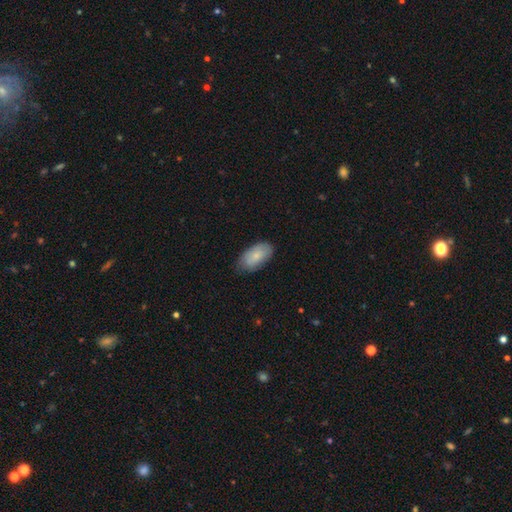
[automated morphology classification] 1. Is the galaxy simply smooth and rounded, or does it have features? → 79% smooth, 15% featured or disk, 6% star or artifact.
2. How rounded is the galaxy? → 94% in between, 3% round, 3% cigar-shaped.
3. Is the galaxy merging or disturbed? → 72% none, 23% minor disturbance, 4% major disturbance, 1% merger.